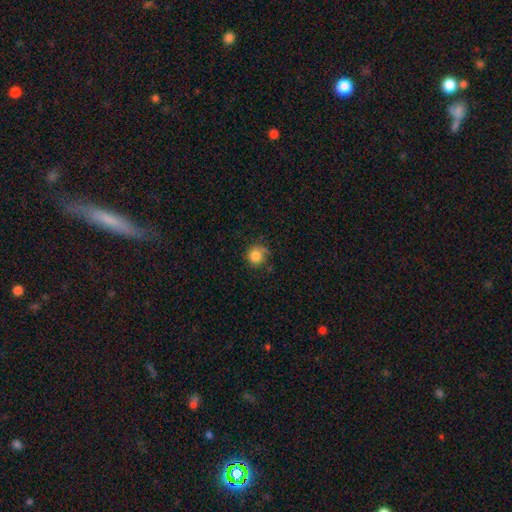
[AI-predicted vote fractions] Morphology: type=smooth (84%); roundness=round (89%); merging=none (67%).